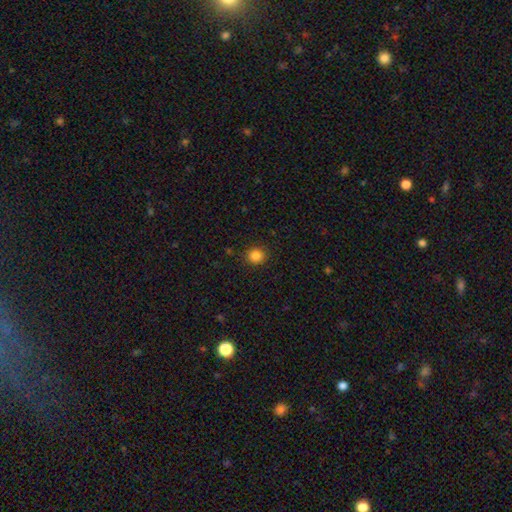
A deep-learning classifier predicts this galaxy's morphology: This is clearly a smooth galaxy (85%). How rounded: clearly round (89%). Merging: clearly none (91%).